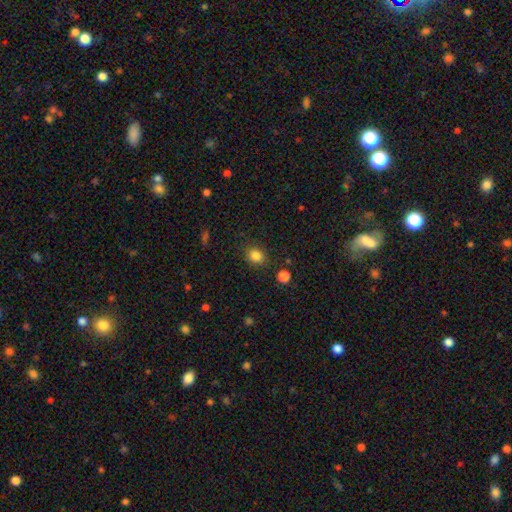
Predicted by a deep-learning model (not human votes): A smooth galaxy with no disk features (84%) that is round (61%). Merging: none (85%).